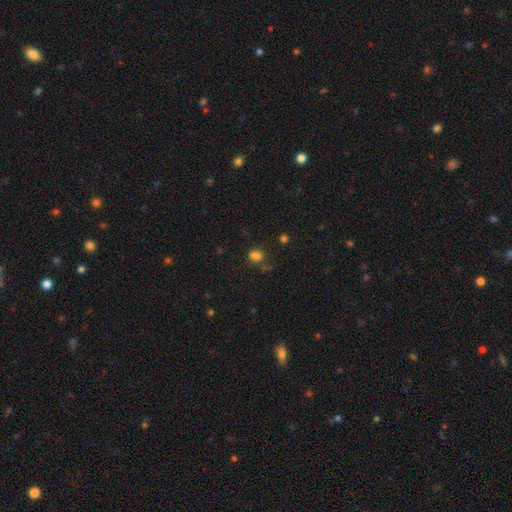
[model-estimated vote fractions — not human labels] Q: Smooth or featured?
A: smooth (71%); runner-up: star or artifact (21%)
Q: How rounded?
A: in between (50%); runner-up: round (49%)
Q: Merging?
A: none (54%); runner-up: merger (21%)